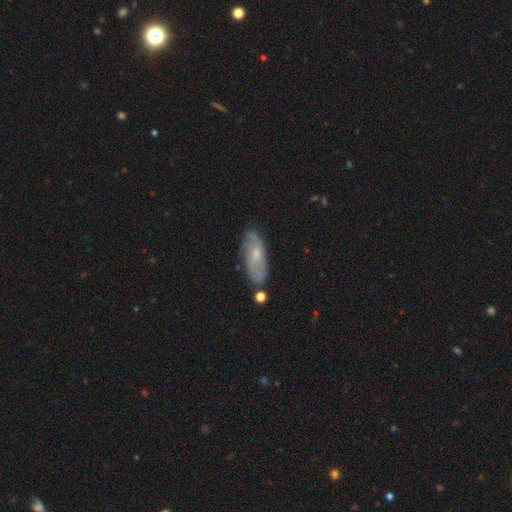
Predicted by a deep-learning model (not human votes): Smooth or featured?
  - featured or disk: 50% *
  - smooth: 43%
  - star or artifact: 7%
Merging?
  - none: 74% *
  - minor disturbance: 18%
  - merger: 4%
  - major disturbance: 4%